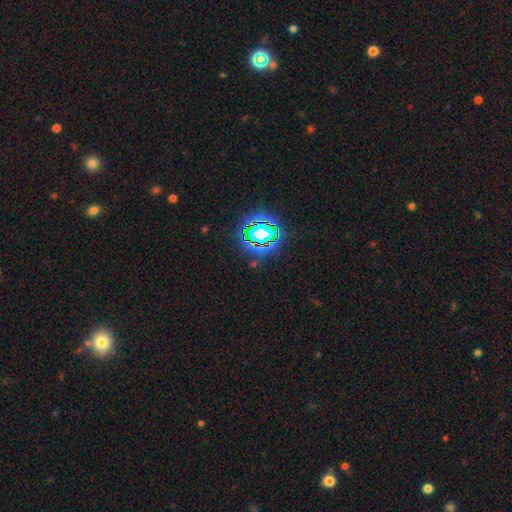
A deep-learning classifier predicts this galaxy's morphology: Smooth or featured: star or artifact — 77% (smooth — 15%)